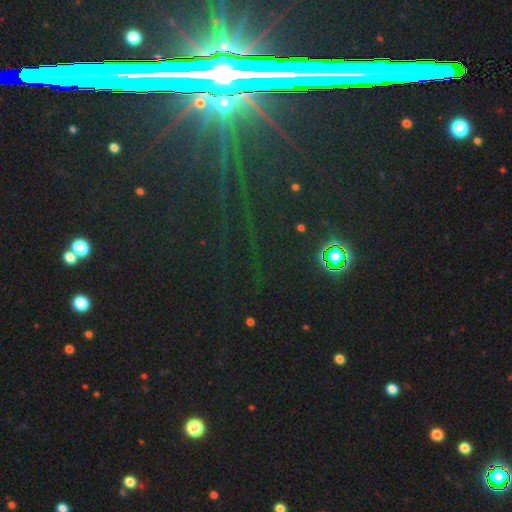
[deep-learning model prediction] Q: Smooth or featured?
A: star or artifact (79%); runner-up: featured or disk (11%)